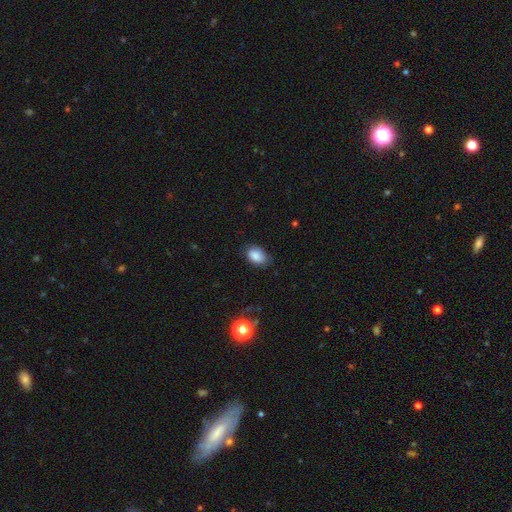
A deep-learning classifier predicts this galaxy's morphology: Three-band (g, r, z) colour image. It shows a smooth galaxy with no disk features (82%) that is in between round and cigar-shaped (85%). Merging: none (71%).